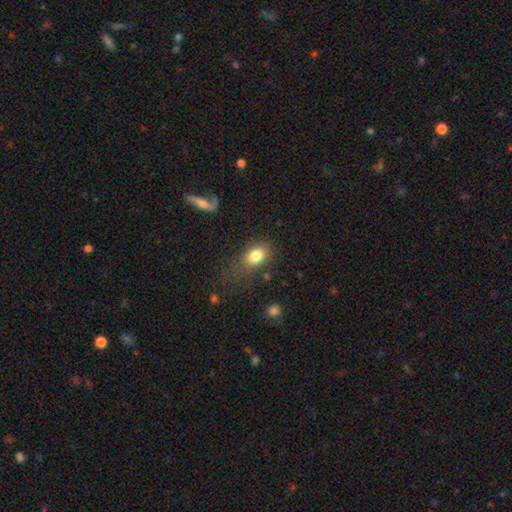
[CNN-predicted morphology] type=smooth (81%); roundness=in between (80%); merging=none (64%).